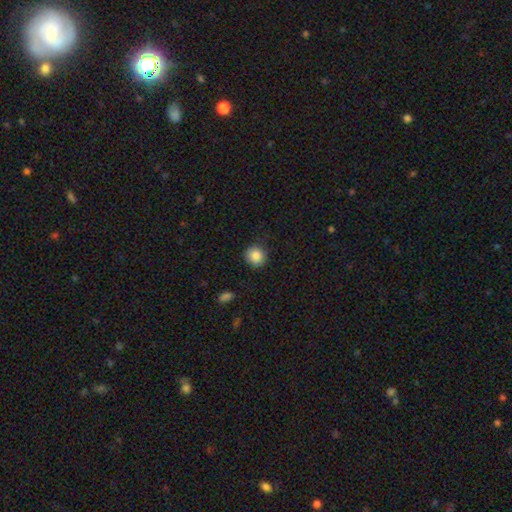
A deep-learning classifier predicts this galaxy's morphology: Smooth or featured? smooth (86%)
How rounded? round (90%)
Merging? none (87%)